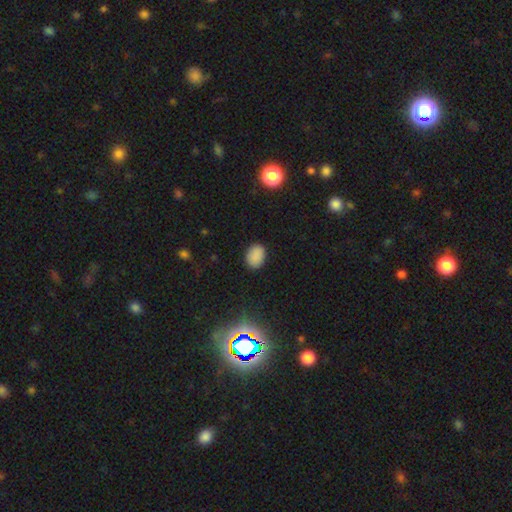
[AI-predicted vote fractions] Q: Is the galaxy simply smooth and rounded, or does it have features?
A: smooth — 85%.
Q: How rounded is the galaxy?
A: in between — 76%.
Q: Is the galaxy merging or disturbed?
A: none — 86%.